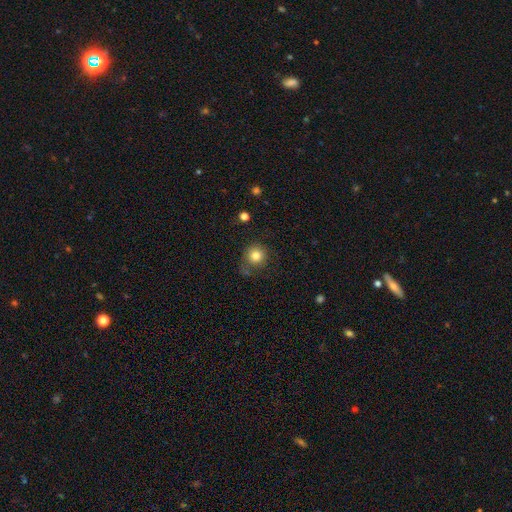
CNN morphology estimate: Q: Smooth or featured?
A: smooth (81%); runner-up: star or artifact (11%)
Q: How rounded?
A: round (91%); runner-up: in between (8%)
Q: Merging?
A: none (69%); runner-up: minor disturbance (18%)